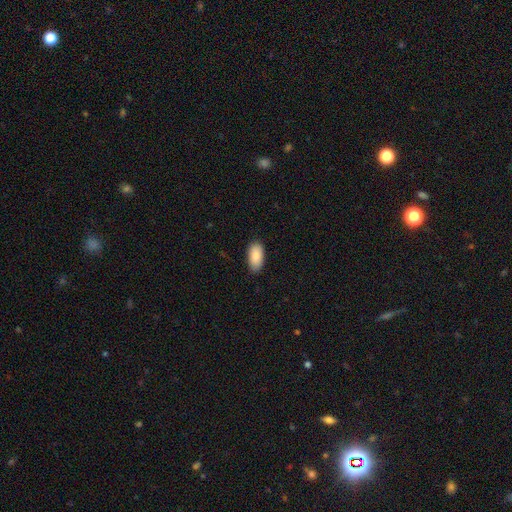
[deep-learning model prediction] Overall: smooth (89%). How rounded: in between (94%). Merging: none (86%).